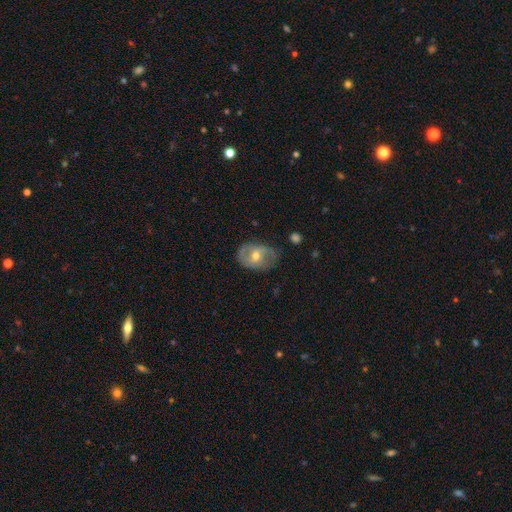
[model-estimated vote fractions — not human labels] Morphology: type=featured or disk (57%); edge-on=no (95%); bar=no (45%); spiral arms=yes (68%); bulge=moderate (65%); merging=none (65%).